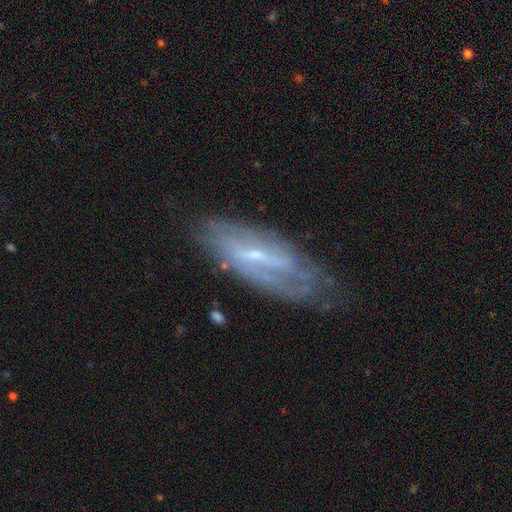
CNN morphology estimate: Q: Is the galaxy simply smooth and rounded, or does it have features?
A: featured or disk — 77%.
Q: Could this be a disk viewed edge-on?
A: no — 80%.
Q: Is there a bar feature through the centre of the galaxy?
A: weak — 43%.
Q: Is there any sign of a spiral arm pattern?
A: yes — 77%.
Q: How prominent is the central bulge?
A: small — 68%.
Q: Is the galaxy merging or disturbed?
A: none — 66%.